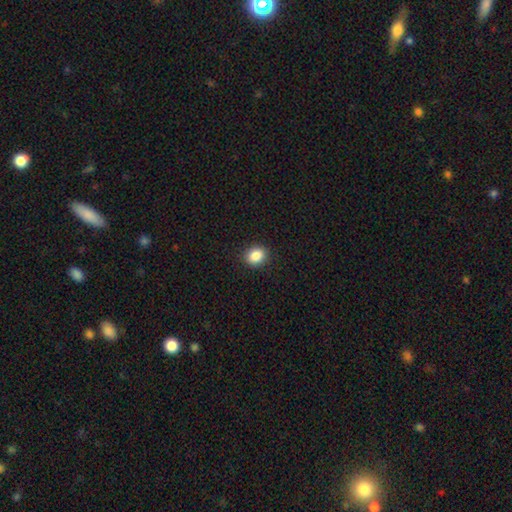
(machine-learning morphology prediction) smooth 86%, star or artifact 9%, featured or disk 4%. Down the decision tree: how rounded — round (53%); merging — none (91%).